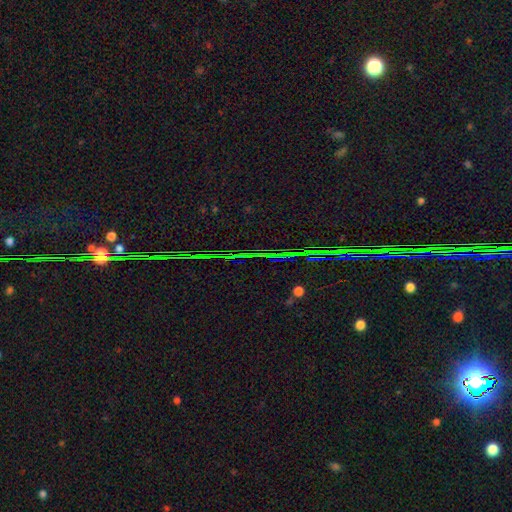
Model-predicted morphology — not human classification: Smooth or featured? star or artifact (83%)